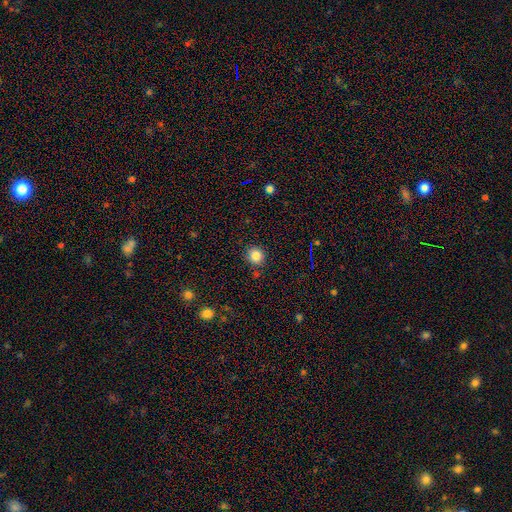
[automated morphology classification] Smooth or featured: smooth — 84% (star or artifact — 11%)
How rounded: round — 88% (in between — 11%)
Merging: none — 84% (minor disturbance — 10%)